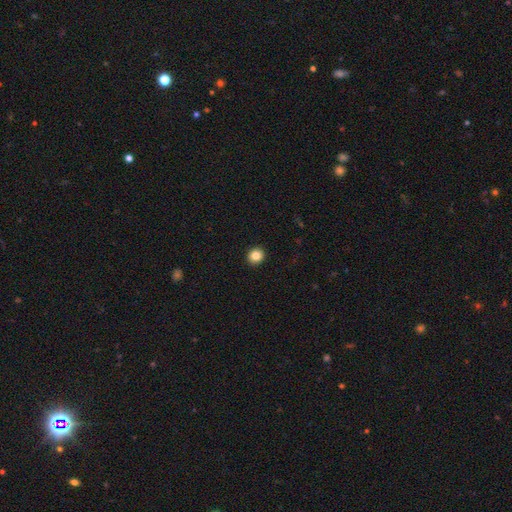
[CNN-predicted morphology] Overall: smooth (84%). How rounded: round (82%). Merging: none (93%).